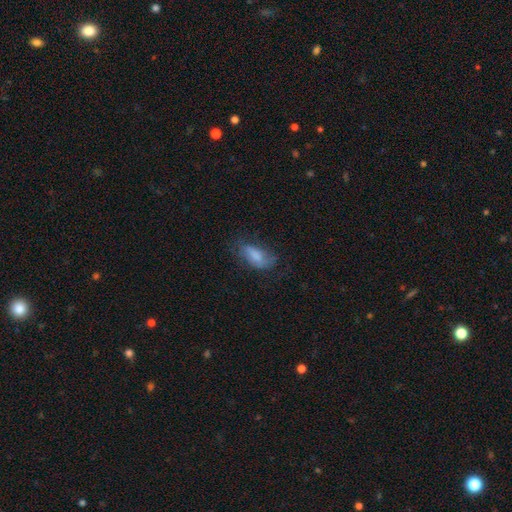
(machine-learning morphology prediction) Smooth or featured? Predicted: smooth (p=0.68). How rounded? Predicted: in between (p=0.86). Merging? Predicted: none (p=0.51).